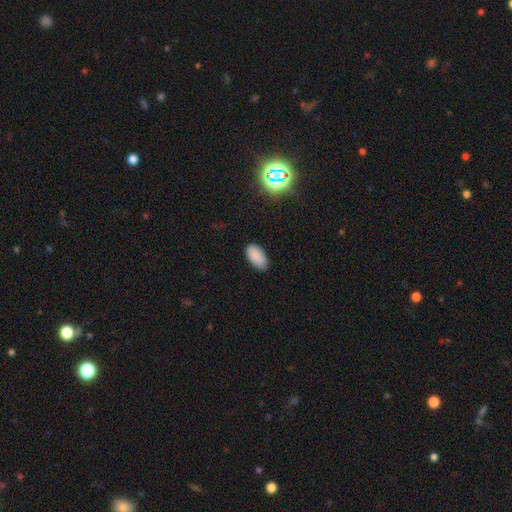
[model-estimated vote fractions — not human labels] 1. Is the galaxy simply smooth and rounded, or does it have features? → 88% smooth, 9% star or artifact, 4% featured or disk.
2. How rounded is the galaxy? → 95% in between, 3% round, 2% cigar-shaped.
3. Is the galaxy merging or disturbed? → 84% none, 13% minor disturbance, 2% major disturbance, 1% merger.